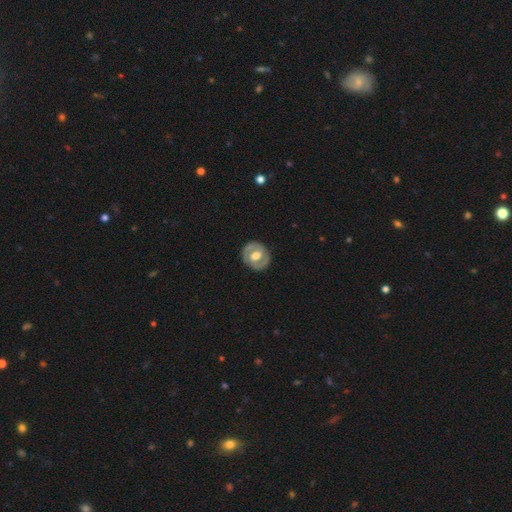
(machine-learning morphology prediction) This appears to be a featured or disk galaxy (63%) with no bar (44%), no spiral arms (51%) and a moderate central bulge (52%). Merging: none (85%).